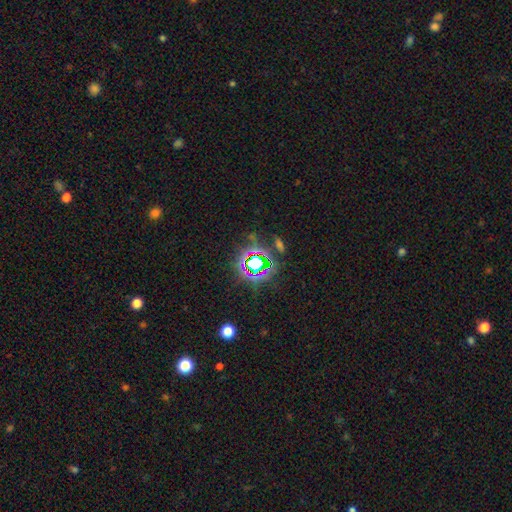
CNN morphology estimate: Overall: star or artifact (77%).